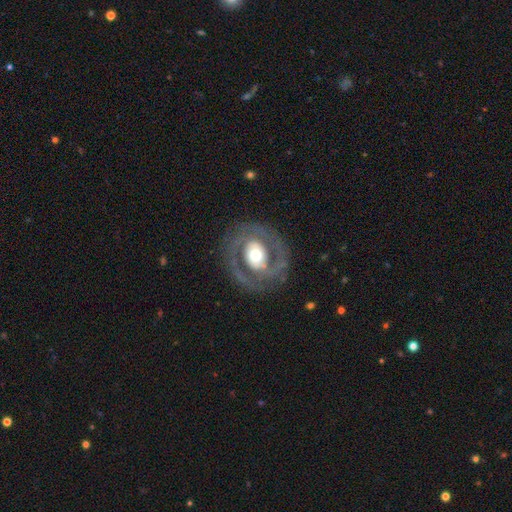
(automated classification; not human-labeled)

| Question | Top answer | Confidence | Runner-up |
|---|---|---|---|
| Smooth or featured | featured or disk | 77% | smooth (17%) |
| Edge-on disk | no | 97% | yes (3%) |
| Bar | no | 58% | weak (26%) |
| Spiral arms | yes | 70% | no (30%) |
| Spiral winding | tight | 45% | medium (41%) |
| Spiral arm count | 2 | 80% | can't tell (9%) |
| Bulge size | moderate | 58% | large (31%) |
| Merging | none | 79% | minor disturbance (12%) |